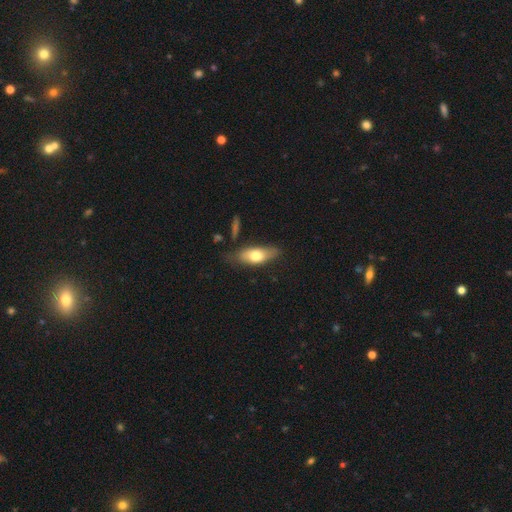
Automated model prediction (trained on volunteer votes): Morphology: type=smooth (67%); roundness=in between (75%); merging=none (66%).